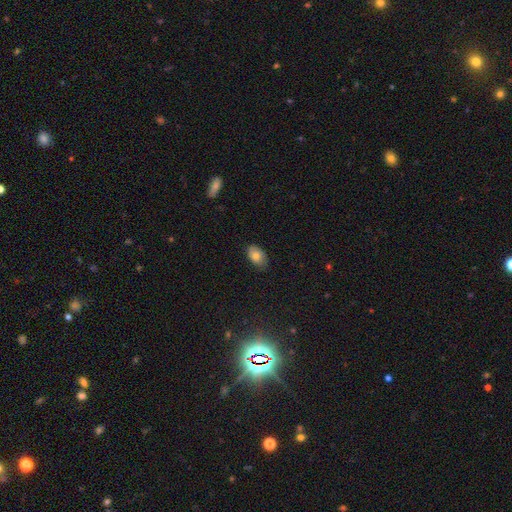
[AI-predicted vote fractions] Overall: smooth (75%). How rounded: in between (90%). Merging: none (78%).